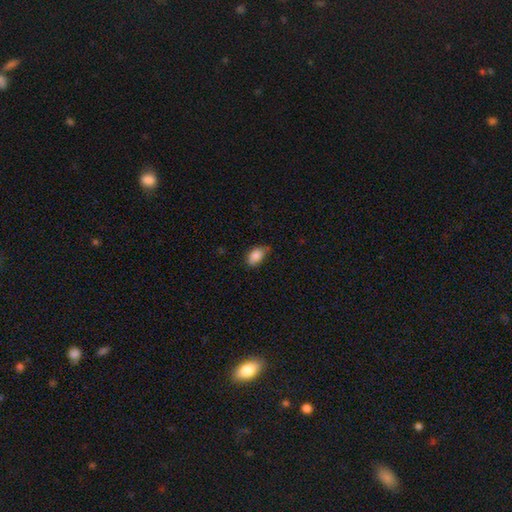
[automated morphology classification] Smooth or featured?
  - smooth: 87% *
  - star or artifact: 8%
  - featured or disk: 6%
How rounded?
  - in between: 89% *
  - round: 9%
  - cigar-shaped: 2%
Merging?
  - none: 62% *
  - minor disturbance: 31%
  - major disturbance: 5%
  - merger: 2%